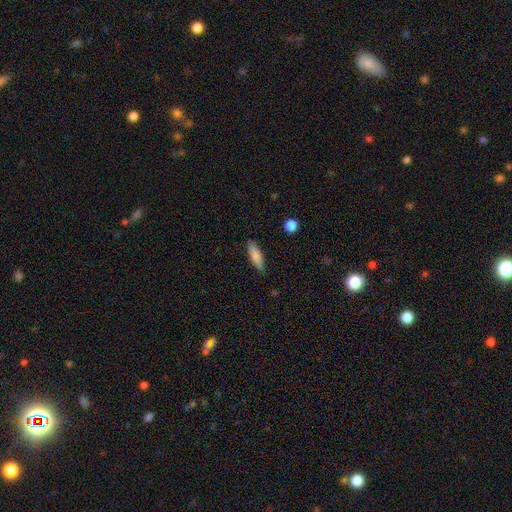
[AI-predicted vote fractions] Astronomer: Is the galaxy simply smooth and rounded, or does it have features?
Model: smooth — 83%.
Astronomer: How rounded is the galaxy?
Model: cigar-shaped — 55% (runner-up: in between, 43%).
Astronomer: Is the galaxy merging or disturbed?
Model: none — 84%.